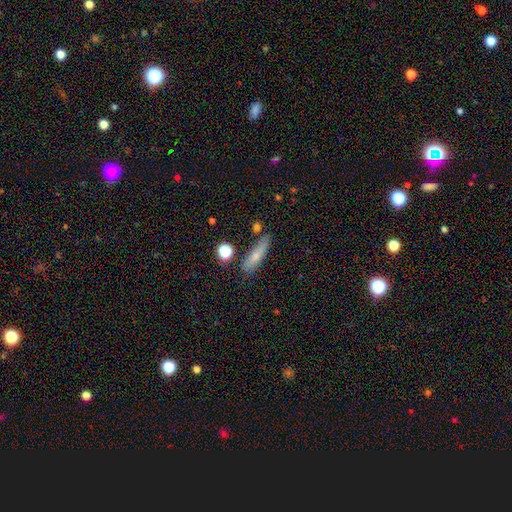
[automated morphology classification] smooth_or_featured: smooth (p=0.68) [alt: featured or disk p=0.23]
how_rounded: cigar-shaped (p=0.68) [alt: in between p=0.29]
merging: none (p=0.69) [alt: minor disturbance p=0.19]